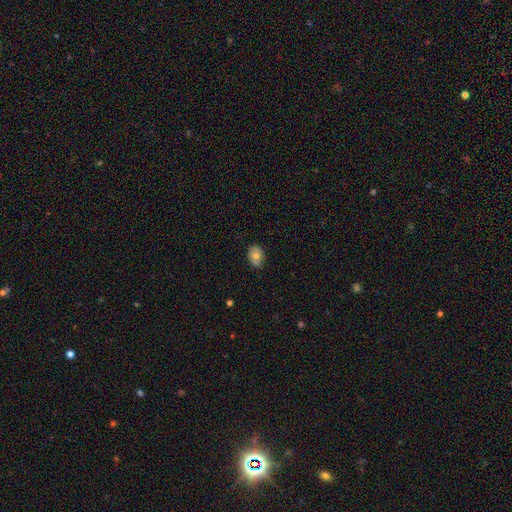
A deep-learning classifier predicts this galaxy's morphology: A smooth galaxy with no disk features (67%) that is in between round and cigar-shaped (70%).

Vote fractions:
- Smooth or featured? smooth: 67% / featured or disk: 24% / star or artifact: 9%
- How rounded? in between: 70% / round: 28% / cigar-shaped: 1%
- Merging? none: 73% / minor disturbance: 19% / merger: 5% / major disturbance: 3%